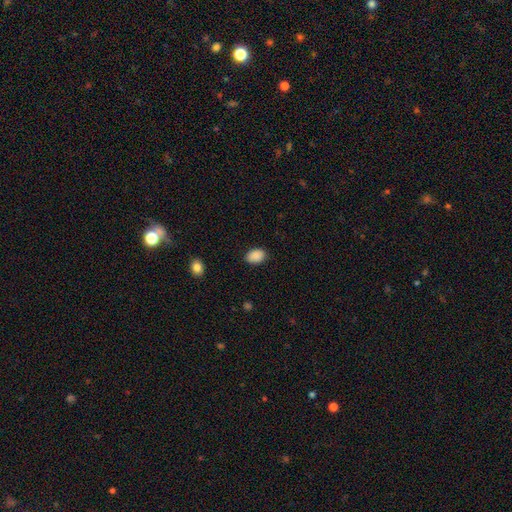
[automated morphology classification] Smooth or featured? Predicted: smooth (p=0.89). How rounded? Predicted: in between (p=0.79). Merging? Predicted: none (p=0.85).